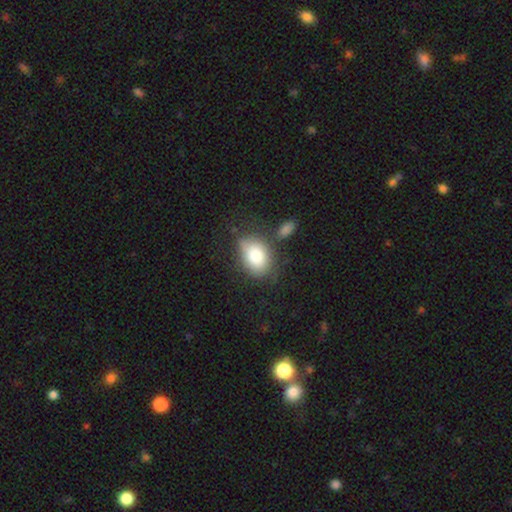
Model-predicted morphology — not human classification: Smooth or featured? smooth (81%)
How rounded? in between (79%)
Merging? none (57%)